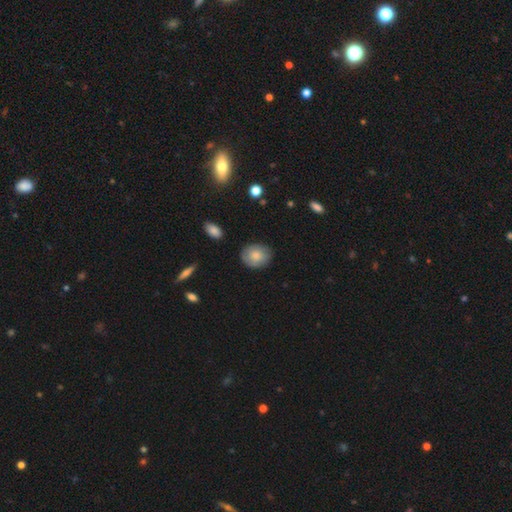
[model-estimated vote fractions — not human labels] Smooth or featured: smooth — 78% (featured or disk — 15%)
How rounded: round — 52% (in between — 47%)
Merging: none — 81% (minor disturbance — 14%)